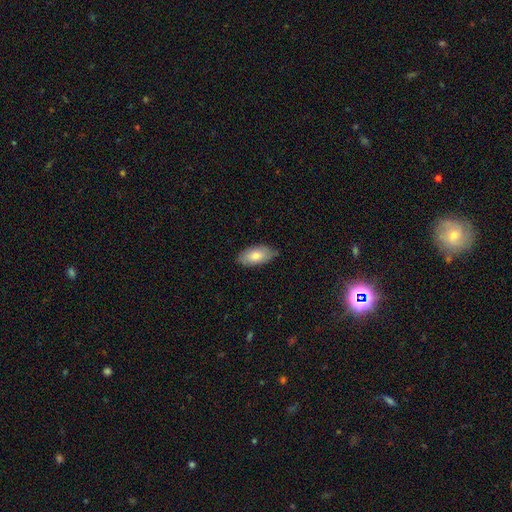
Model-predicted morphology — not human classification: This appears to be a smooth galaxy with no disk features (76%) that is in between round and cigar-shaped (93%). Merging: none (77%).